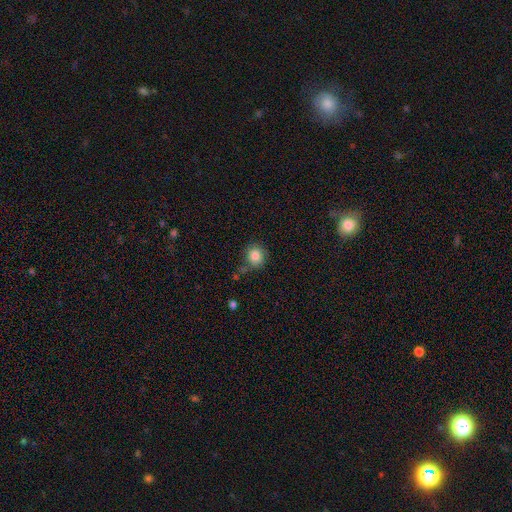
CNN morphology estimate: smooth 85%, star or artifact 10%, featured or disk 5%. Down the decision tree: how rounded — round (84%); merging — none (73%).